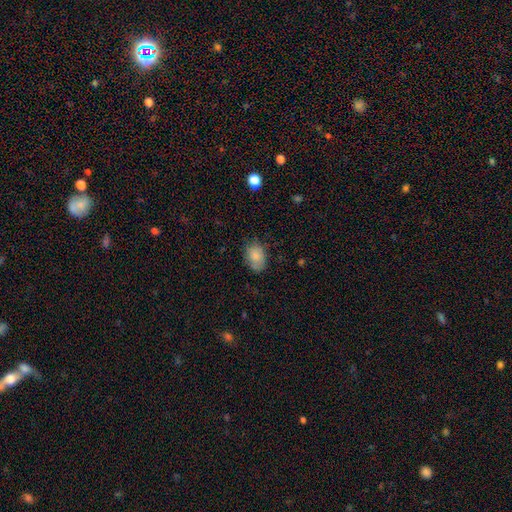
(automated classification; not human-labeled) A smooth galaxy with no disk features (84%) that is in between round and cigar-shaped (79%).

Vote fractions:
- Smooth or featured? smooth: 84% / featured or disk: 9% / star or artifact: 8%
- How rounded? in between: 79% / round: 20% / cigar-shaped: 1%
- Merging? none: 72% / minor disturbance: 22% / major disturbance: 5% / merger: 2%